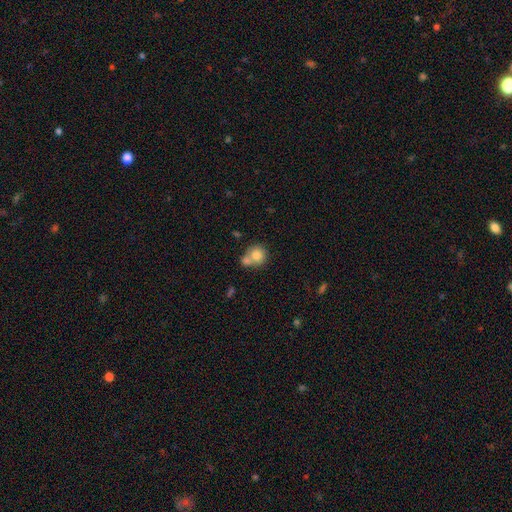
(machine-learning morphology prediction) The model was most divided on "merging": merger: 46%, none: 41%, minor disturbance: 9%, major disturbance: 3%. More confident: how rounded — round (84%); smooth or featured — smooth (79%).